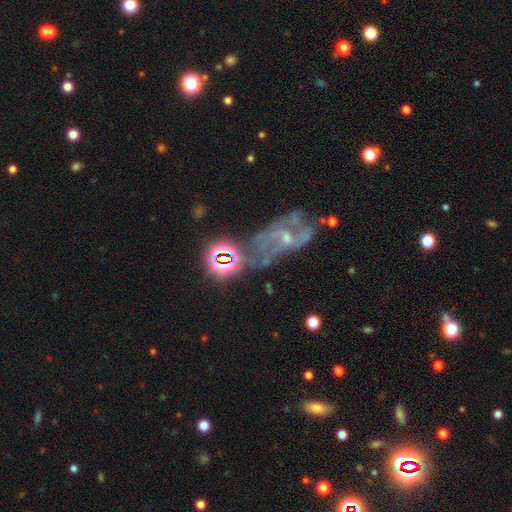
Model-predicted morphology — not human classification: smooth_or_featured: featured or disk (p=0.57) [alt: star or artifact p=0.24]
disk_edge_on: no (p=0.87) [alt: yes p=0.13]
merging: none (p=0.45) [alt: merger p=0.31]